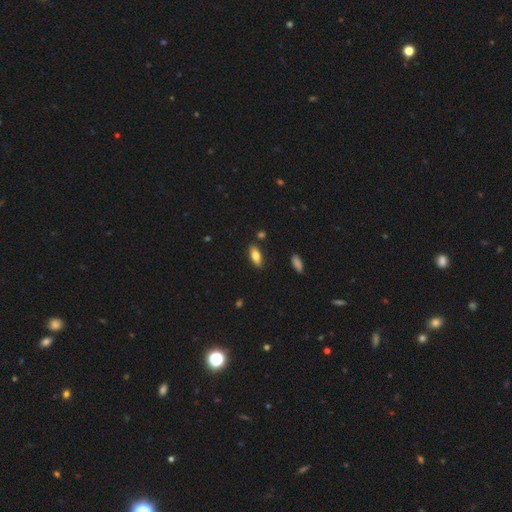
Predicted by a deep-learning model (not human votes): A smooth galaxy with no disk features (80%) that is in between round and cigar-shaped (83%). Merging: none (85%).